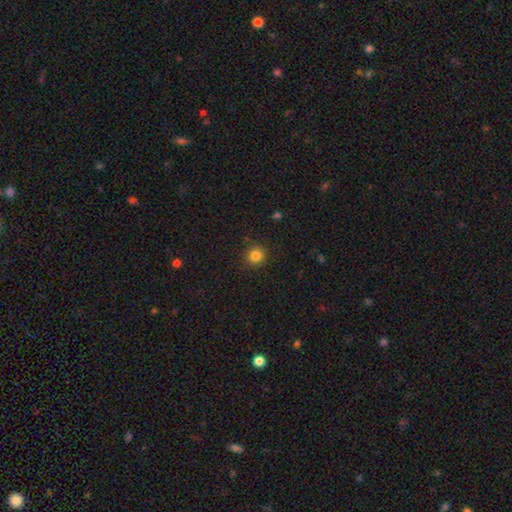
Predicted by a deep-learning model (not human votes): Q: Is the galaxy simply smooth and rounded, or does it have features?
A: smooth — 83%.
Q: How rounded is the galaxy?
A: round — 91%.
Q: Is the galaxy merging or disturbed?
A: none — 90%.